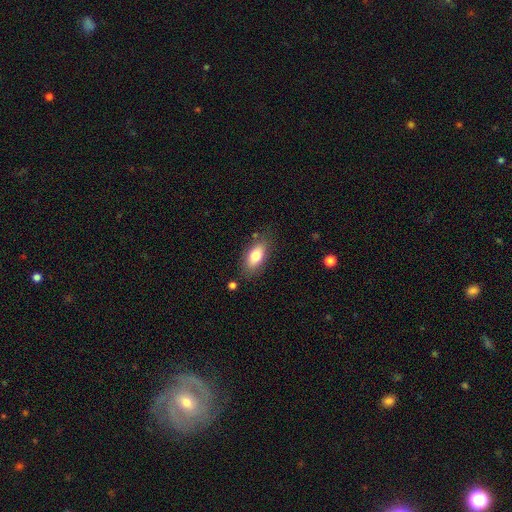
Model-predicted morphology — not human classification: This appears to be a smooth galaxy with no disk features (77%) that is in between round and cigar-shaped (85%). Merging: none (80%).